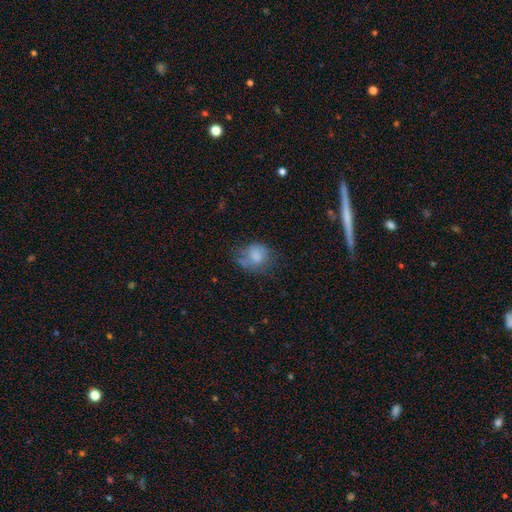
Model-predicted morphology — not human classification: smooth 71%, featured or disk 20%, star or artifact 10%. Down the decision tree: how rounded — round (57%); merging — none (42%).